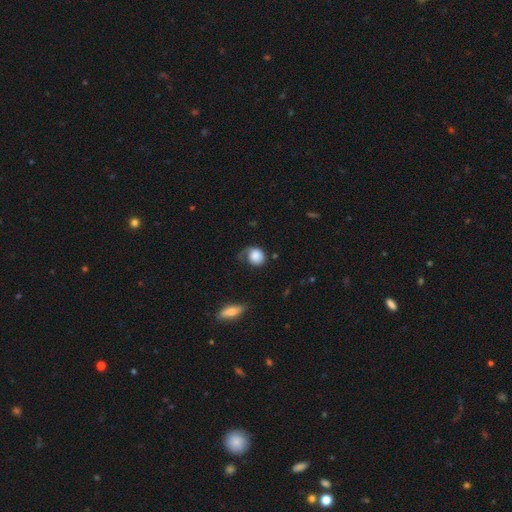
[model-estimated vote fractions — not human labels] smooth_or_featured: smooth (p=0.78) [alt: featured or disk p=0.15]
how_rounded: round (p=0.73) [alt: in between p=0.26]
merging: none (p=0.39) [alt: major disturbance p=0.29]